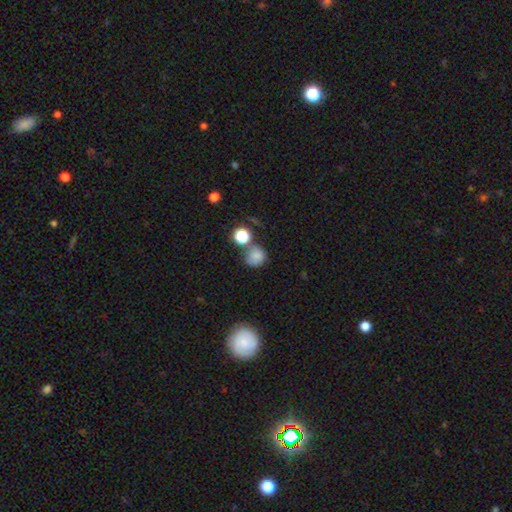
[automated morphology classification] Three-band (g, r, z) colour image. It shows a smooth galaxy with no disk features (79%) that is round (84%). Merging: none (54%).